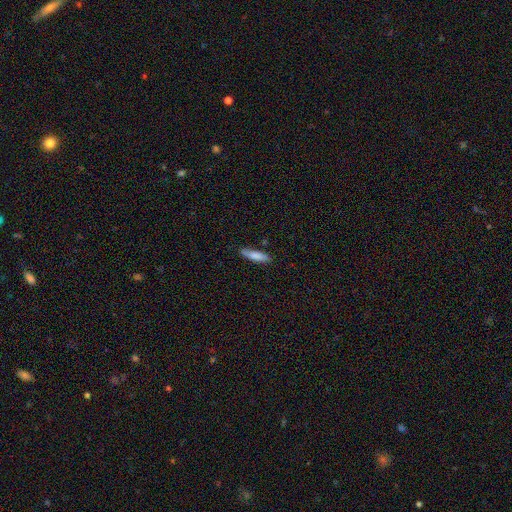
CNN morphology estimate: A smooth galaxy with no disk features (79%) that is cigar-shaped (79%).

Vote fractions:
- Smooth or featured? smooth: 79% / featured or disk: 15% / star or artifact: 6%
- How rounded? cigar-shaped: 79% / in between: 20% / round: 1%
- Merging? none: 82% / minor disturbance: 14% / major disturbance: 2% / merger: 2%